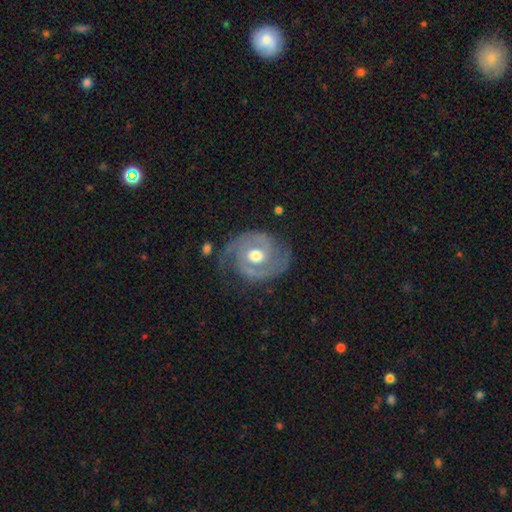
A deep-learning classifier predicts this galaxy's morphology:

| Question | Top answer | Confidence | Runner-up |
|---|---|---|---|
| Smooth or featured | featured or disk | 88% | smooth (8%) |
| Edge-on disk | no | 98% | yes (2%) |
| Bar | no | 65% | weak (28%) |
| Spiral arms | yes | 94% | no (6%) |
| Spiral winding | tight | 48% | medium (41%) |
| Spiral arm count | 2 | 79% | can't tell (8%) |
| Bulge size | moderate | 73% | large (17%) |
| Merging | none | 69% | minor disturbance (19%) |